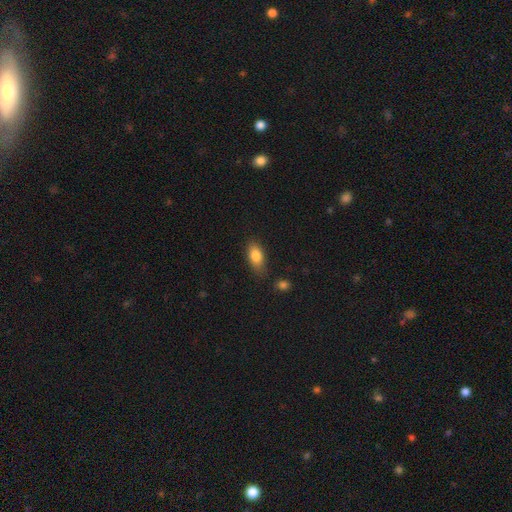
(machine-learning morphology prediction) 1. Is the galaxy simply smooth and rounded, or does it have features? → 82% smooth, 10% featured or disk, 8% star or artifact.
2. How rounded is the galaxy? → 86% in between, 8% cigar-shaped, 6% round.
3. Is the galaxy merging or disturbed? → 75% none, 18% minor disturbance, 4% major disturbance, 3% merger.